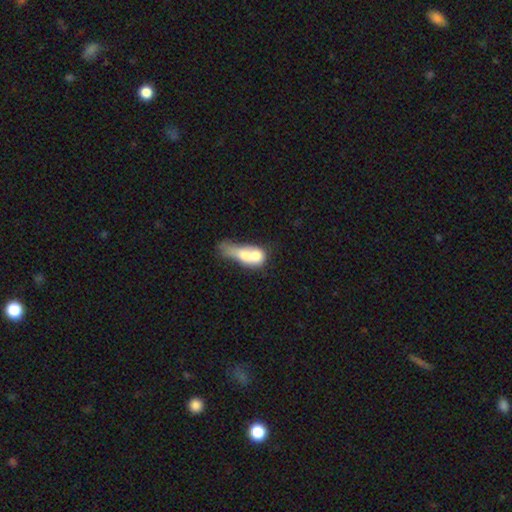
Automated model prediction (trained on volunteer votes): Smooth or featured? smooth (59%)
How rounded? in between (60%)
Merging? merger (51%)